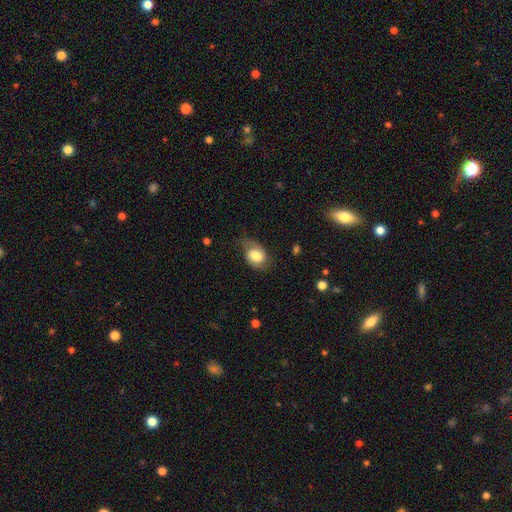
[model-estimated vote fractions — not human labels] A smooth galaxy with no disk features (52%) that is in between round and cigar-shaped (77%). Merging: none (54%).